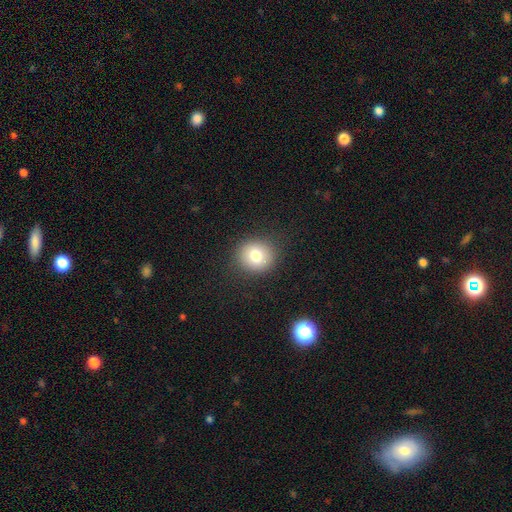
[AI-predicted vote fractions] Smooth or featured? Predicted: smooth (p=0.78). How rounded? Predicted: round (p=0.87). Merging? Predicted: none (p=0.89).